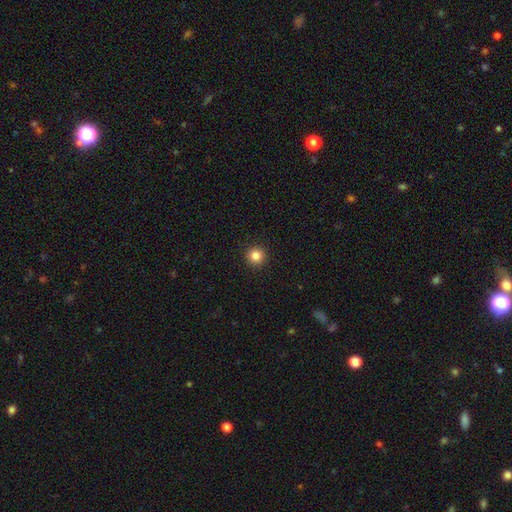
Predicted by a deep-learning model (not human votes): Overall: smooth (84%). How rounded: round (96%). Merging: none (94%).